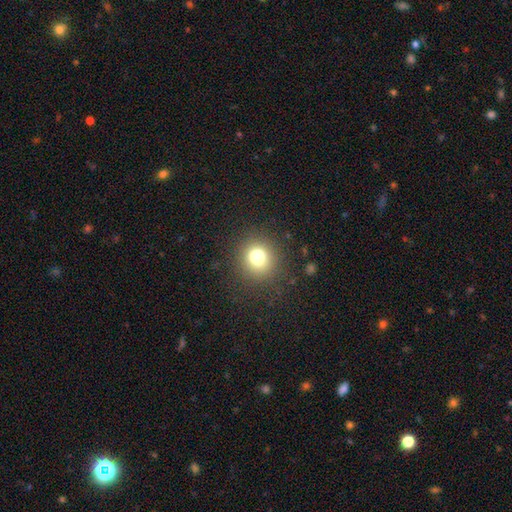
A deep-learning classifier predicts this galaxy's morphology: A smooth galaxy with no disk features (77%) that is round (88%).

Vote fractions:
- Smooth or featured? smooth: 77% / star or artifact: 15% / featured or disk: 8%
- How rounded? round: 88% / in between: 11% / cigar-shaped: 1%
- Merging? none: 86% / minor disturbance: 8% / major disturbance: 4% / merger: 1%